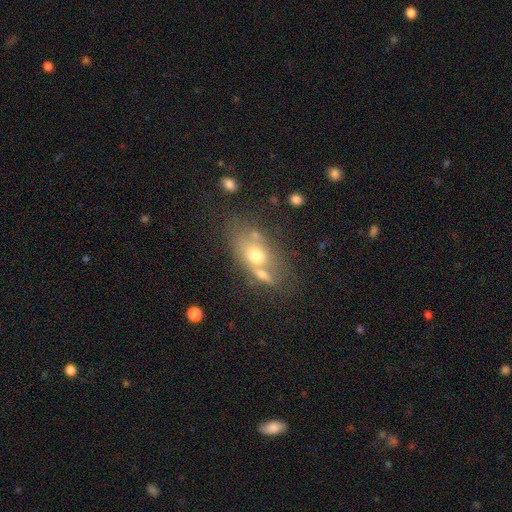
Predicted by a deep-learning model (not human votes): Smooth or featured? smooth (55%)
How rounded? in between (75%)
Merging? merger (39%)